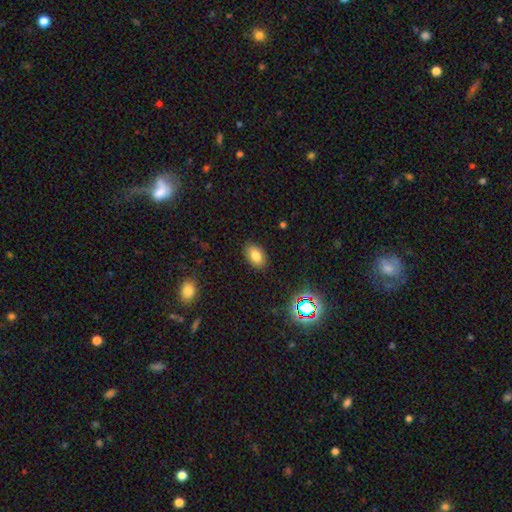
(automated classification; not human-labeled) Smooth or featured: smooth — 80% (star or artifact — 11%)
How rounded: in between — 89% (round — 10%)
Merging: none — 88% (minor disturbance — 9%)